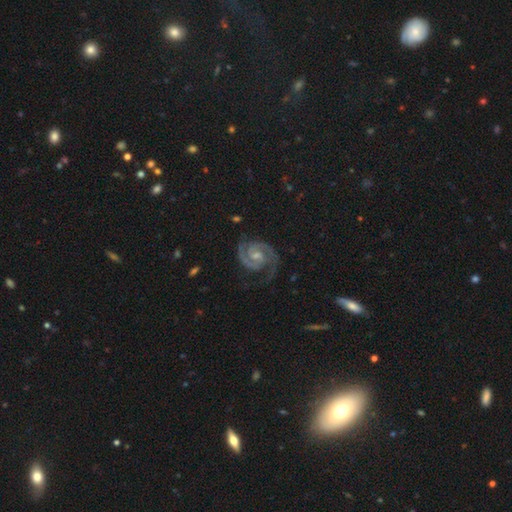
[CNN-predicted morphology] This is clearly a featured or disk galaxy (93%). It is clearly not viewed edge-on (98%). Bar: possibly weak (49%). Spiral arm pattern: clearly yes (99%). Spiral arm count: clearly 2 (90%). Spiral winding: possibly tight (53%). Central bulge: marginally small (44%, tied with moderate). Merging: likely none (73%).